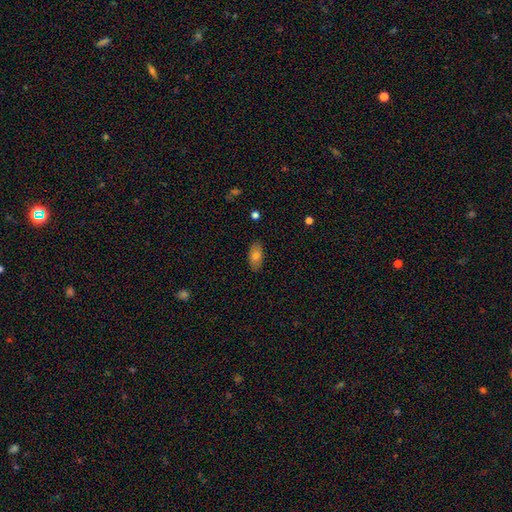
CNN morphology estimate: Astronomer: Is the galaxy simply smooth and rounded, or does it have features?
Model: smooth — 76%.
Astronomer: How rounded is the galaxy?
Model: in between — 91%.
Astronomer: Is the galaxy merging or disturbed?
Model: none — 87%.